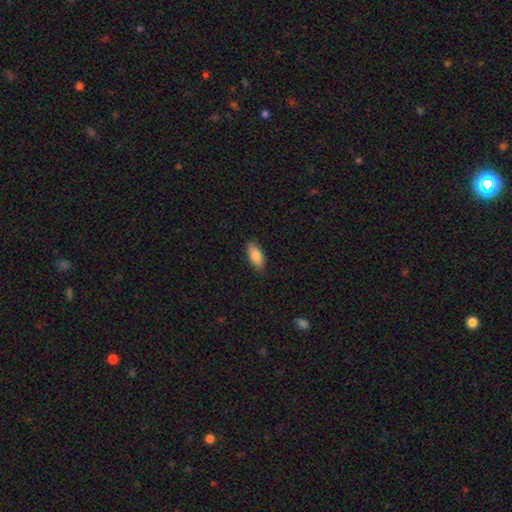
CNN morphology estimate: Smooth or featured? smooth (85%)
How rounded? in between (83%)
Merging? none (85%)